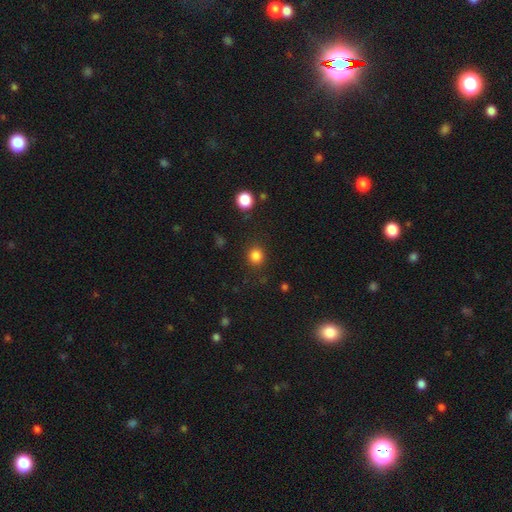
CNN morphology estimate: smooth_or_featured: smooth (p=0.84) [alt: star or artifact p=0.12]
how_rounded: round (p=0.87) [alt: in between p=0.12]
merging: none (p=0.88) [alt: minor disturbance p=0.07]